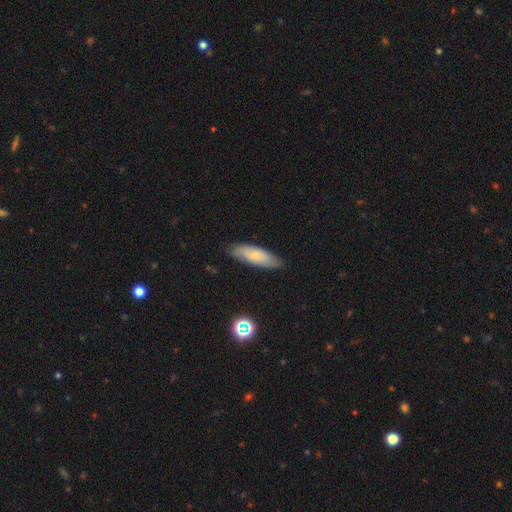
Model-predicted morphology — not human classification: smooth-or-featured: smooth: 68% | featured or disk: 25% | star or artifact: 7%
  how-rounded: in between: 57% | cigar-shaped: 41% | round: 2%
  merging: none: 82% | minor disturbance: 15% | major disturbance: 2% | merger: 1%